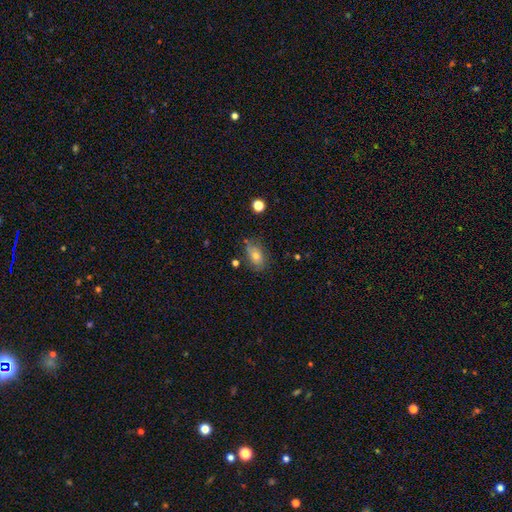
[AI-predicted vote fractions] Morphology: type=smooth (69%); roundness=in between (82%); merging=none (68%).